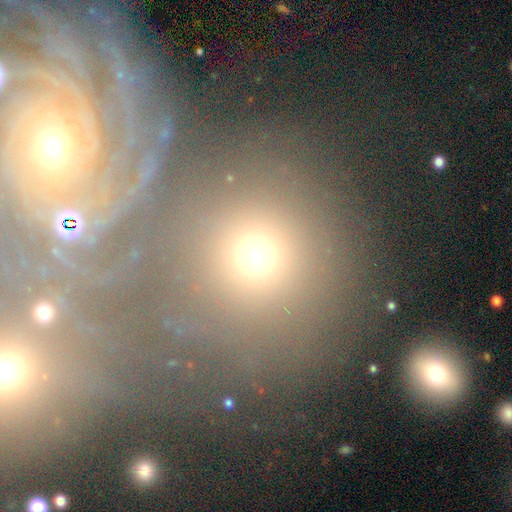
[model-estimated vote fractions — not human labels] smooth_or_featured: smooth (p=0.55) [alt: featured or disk p=0.25]
how_rounded: round (p=0.86) [alt: in between p=0.13]
merging: none (p=0.60) [alt: merger p=0.22]